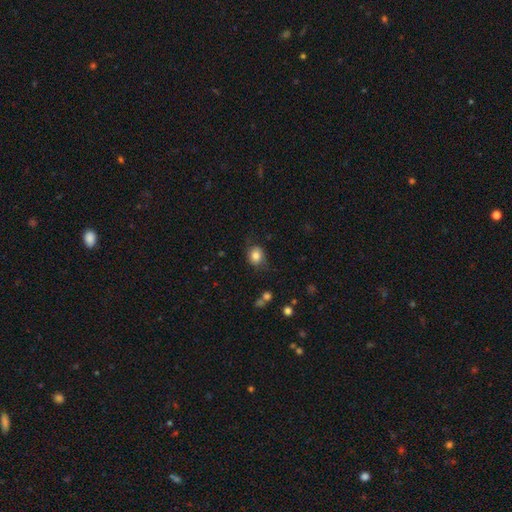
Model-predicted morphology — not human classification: smooth_or_featured: smooth (p=0.77) [alt: featured or disk p=0.14]
how_rounded: round (p=0.63) [alt: in between p=0.36]
merging: none (p=0.65) [alt: minor disturbance p=0.24]